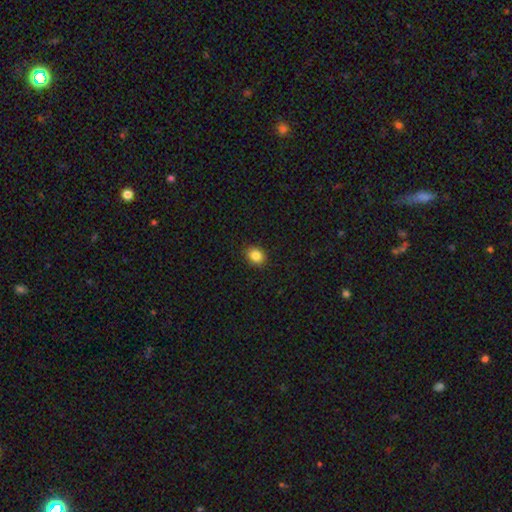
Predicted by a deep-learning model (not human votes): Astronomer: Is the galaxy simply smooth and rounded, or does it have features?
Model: smooth — 86%.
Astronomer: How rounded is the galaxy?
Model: round — 61% (runner-up: in between, 38%).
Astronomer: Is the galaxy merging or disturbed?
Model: none — 89%.